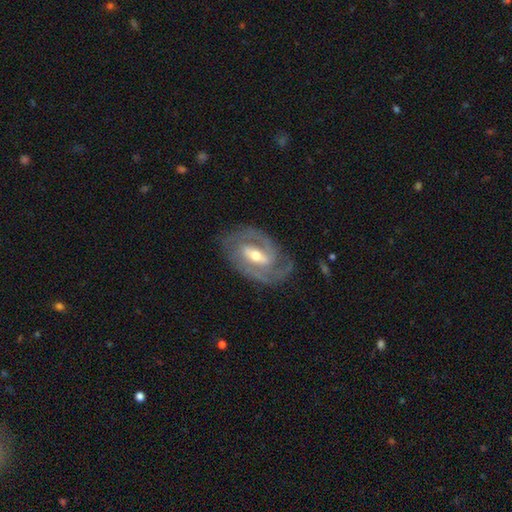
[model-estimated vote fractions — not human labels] Overall: featured or disk (89%). Edge-on disk: no (96%). Bar: strong (44%; weak 41%). Spiral arms: yes (96%). Spiral arm count: 2 (81%). Spiral winding: tight (51%; medium 41%). Bulge size: moderate (61%; small 34%). Merging: none (79%).